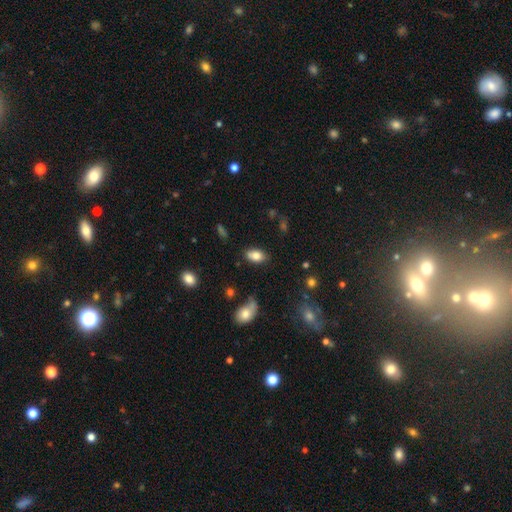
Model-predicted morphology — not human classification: A smooth galaxy with no disk features (81%) that is in between round and cigar-shaped (92%). Merging: none (80%).